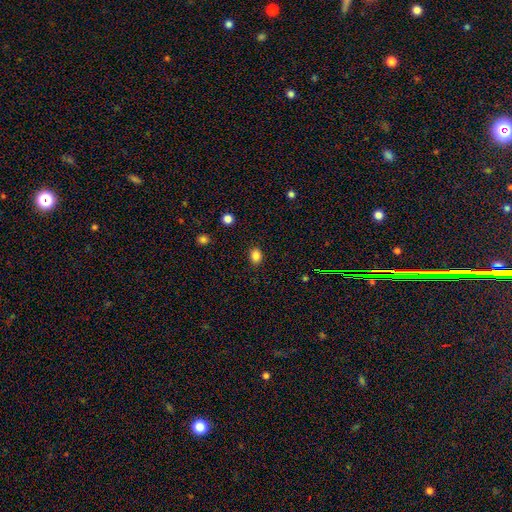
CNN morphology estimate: type=smooth (85%); roundness=in between (59%); merging=none (88%).